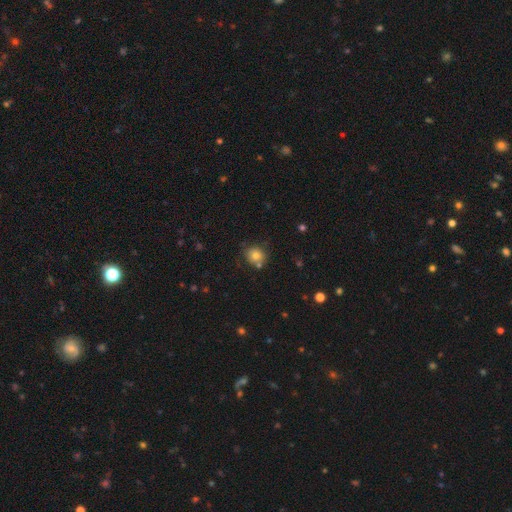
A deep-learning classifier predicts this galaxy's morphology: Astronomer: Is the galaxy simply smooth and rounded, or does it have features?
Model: smooth — 79%.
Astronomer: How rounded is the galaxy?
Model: round — 79%.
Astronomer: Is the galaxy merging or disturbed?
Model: none — 72%.